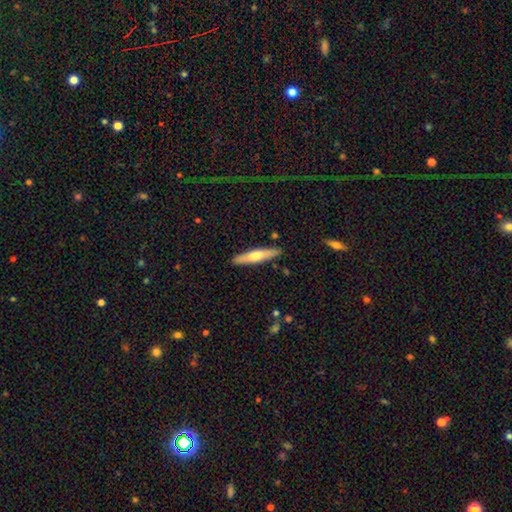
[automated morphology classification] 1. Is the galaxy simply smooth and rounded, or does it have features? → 52% smooth, 43% featured or disk, 5% star or artifact.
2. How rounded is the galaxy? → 86% cigar-shaped, 12% in between, 1% round.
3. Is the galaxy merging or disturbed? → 89% none, 8% minor disturbance, 2% major disturbance, 1% merger.